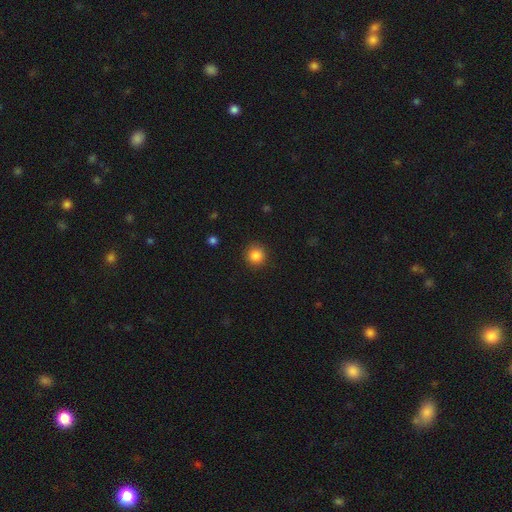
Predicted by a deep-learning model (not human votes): Smooth or featured: smooth — 86% (star or artifact — 11%)
How rounded: round — 93% (in between — 6%)
Merging: none — 90% (minor disturbance — 7%)